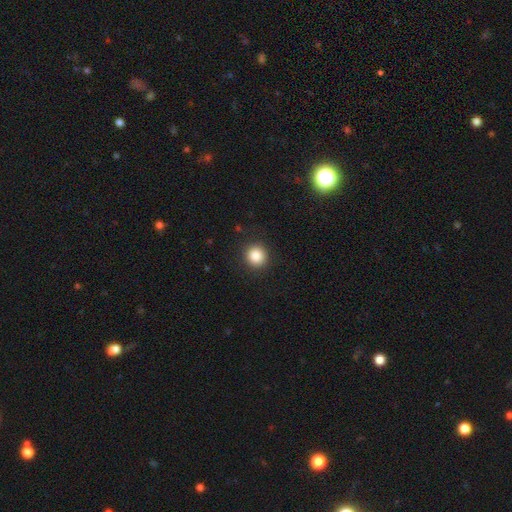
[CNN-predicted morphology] A smooth galaxy with no disk features (86%) that is round (91%).

Vote fractions:
- Smooth or featured? smooth: 86% / star or artifact: 10% / featured or disk: 4%
- How rounded? round: 91% / in between: 8% / cigar-shaped: 1%
- Merging? none: 91% / minor disturbance: 6% / major disturbance: 2% / merger: 1%